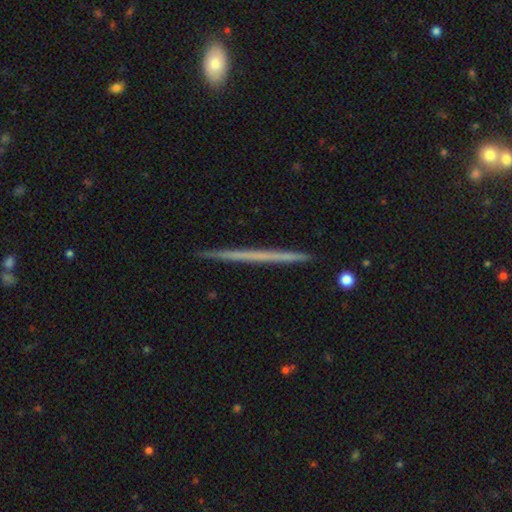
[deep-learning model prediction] Q: Smooth or featured?
A: featured or disk (56%); runner-up: smooth (38%)
Q: Edge-on disk?
A: yes (98%); runner-up: no (2%)
Q: Edge-on bulge?
A: none (94%); runner-up: rounded (4%)
Q: Merging?
A: none (92%); runner-up: minor disturbance (6%)